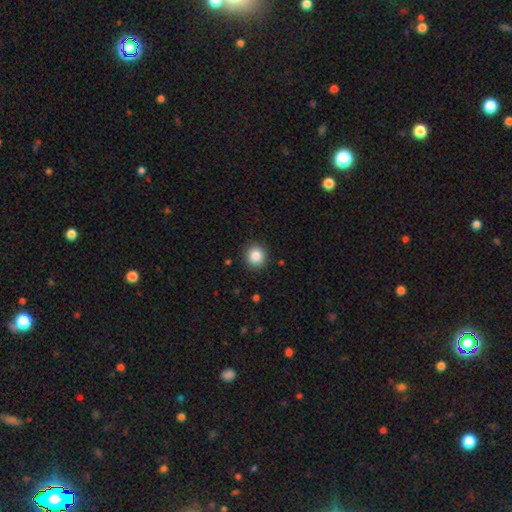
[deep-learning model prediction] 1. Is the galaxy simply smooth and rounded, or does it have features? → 86% smooth, 9% star or artifact, 5% featured or disk.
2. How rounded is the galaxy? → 91% round, 8% in between, 1% cigar-shaped.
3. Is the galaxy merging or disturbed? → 90% none, 7% minor disturbance, 2% major disturbance, 1% merger.